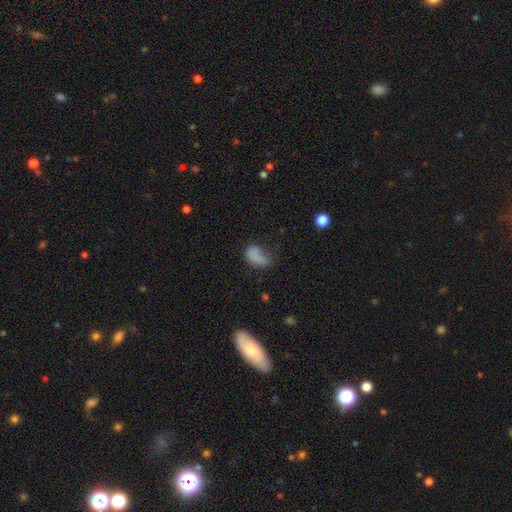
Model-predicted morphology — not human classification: A smooth galaxy with no disk features (76%) that is in between round and cigar-shaped (87%).

Vote fractions:
- Smooth or featured? smooth: 76% / featured or disk: 12% / star or artifact: 12%
- How rounded? in between: 87% / round: 11% / cigar-shaped: 2%
- Merging? none: 35% / minor disturbance: 30% / major disturbance: 29% / merger: 6%